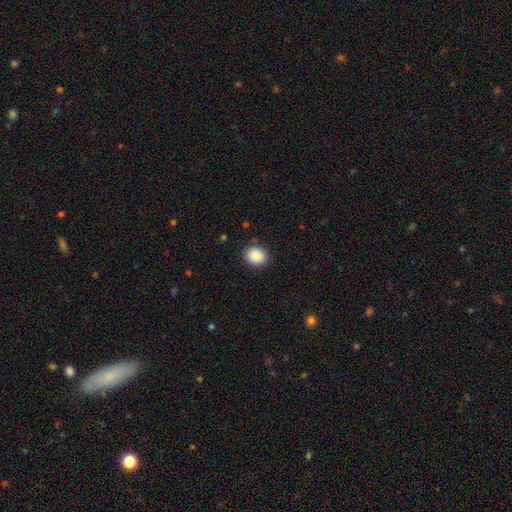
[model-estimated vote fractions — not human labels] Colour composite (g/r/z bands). It shows a smooth galaxy with no disk features (89%) that is round (66%). Merging: none (88%).